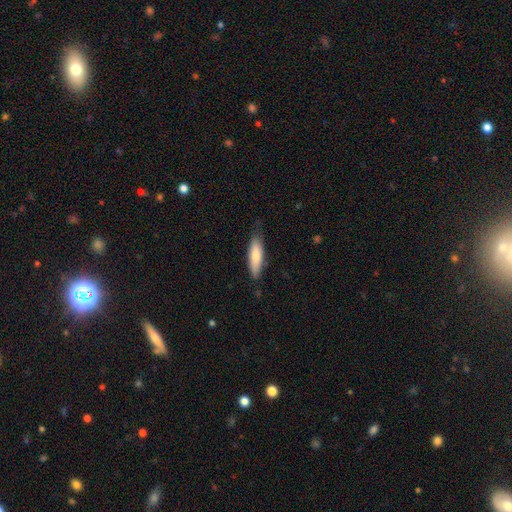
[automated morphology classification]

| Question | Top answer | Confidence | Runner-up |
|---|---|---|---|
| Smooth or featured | smooth | 78% | featured or disk (17%) |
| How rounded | cigar-shaped | 56% | in between (43%) |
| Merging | none | 72% | minor disturbance (23%) |